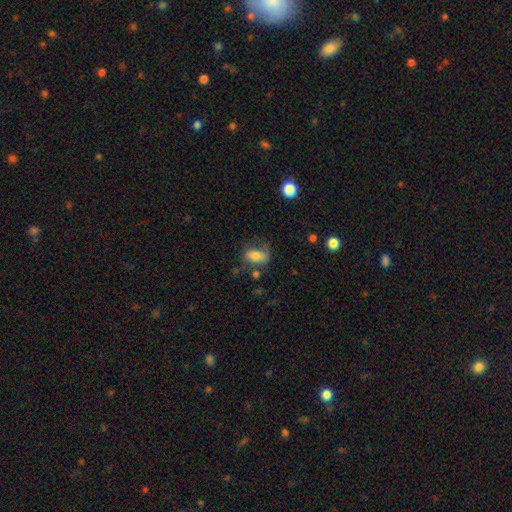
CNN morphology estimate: smooth_or_featured: smooth (p=0.61) [alt: featured or disk p=0.30]
how_rounded: in between (p=0.84) [alt: round p=0.12]
merging: none (p=0.45) [alt: minor disturbance p=0.26]